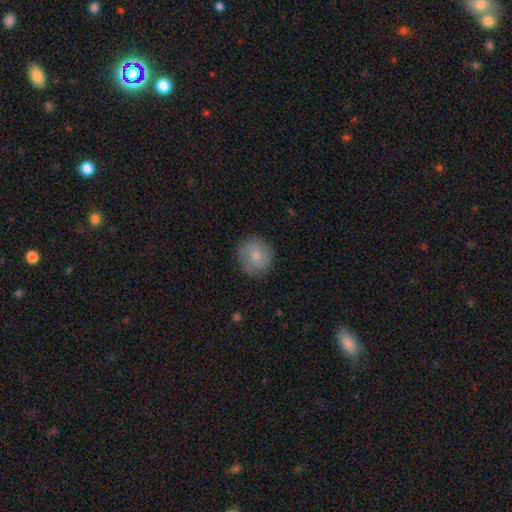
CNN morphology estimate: Smooth or featured: smooth — 71% (featured or disk — 21%)
How rounded: round — 90% (in between — 9%)
Merging: none — 81% (minor disturbance — 14%)